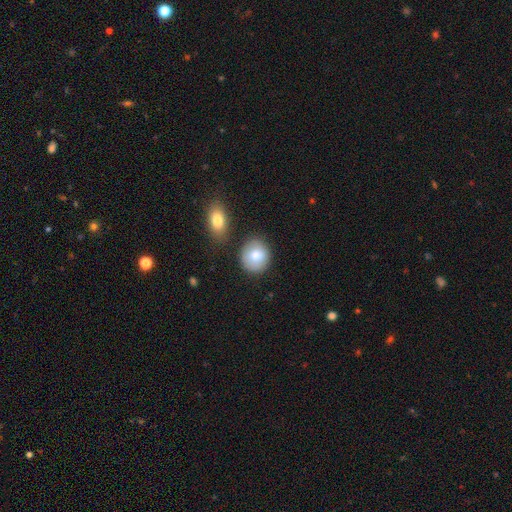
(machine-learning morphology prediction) smooth_or_featured: smooth (p=0.81) [alt: featured or disk p=0.12]
how_rounded: round (p=0.77) [alt: in between p=0.22]
merging: none (p=0.76) [alt: minor disturbance p=0.14]